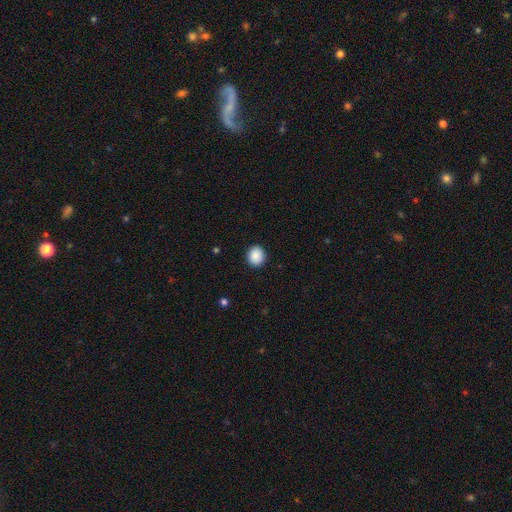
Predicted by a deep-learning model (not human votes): This appears to be a smooth galaxy with no disk features (89%) that is round (81%). Merging: none (91%).